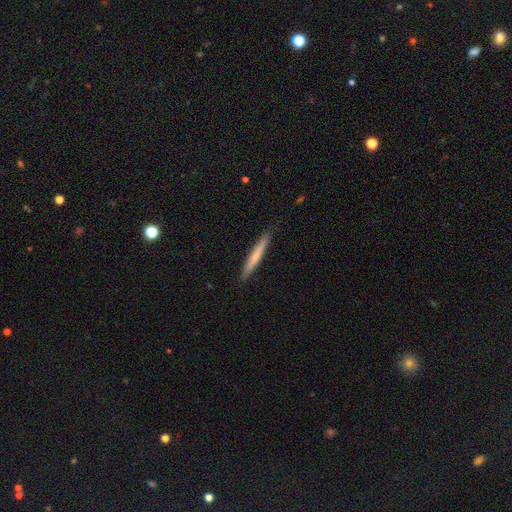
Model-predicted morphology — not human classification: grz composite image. It shows a smooth galaxy with no disk features (62%) that is cigar-shaped (96%). Merging: none (89%).